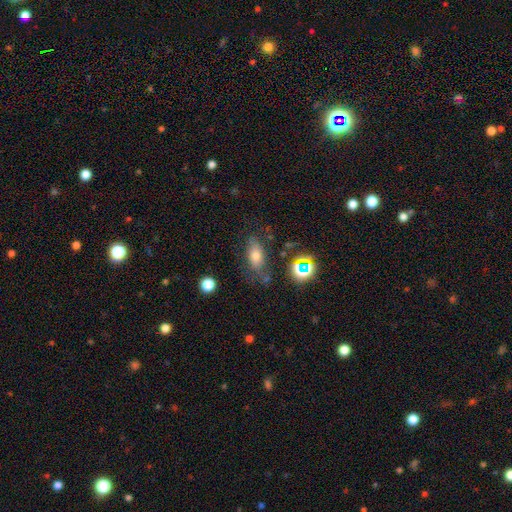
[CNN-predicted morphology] A smooth galaxy with no disk features (67%) that is in between round and cigar-shaped (79%).

Vote fractions:
- Smooth or featured? smooth: 67% / featured or disk: 17% / star or artifact: 16%
- How rounded? in between: 79% / cigar-shaped: 12% / round: 9%
- Merging? none: 67% / minor disturbance: 19% / major disturbance: 8% / merger: 6%